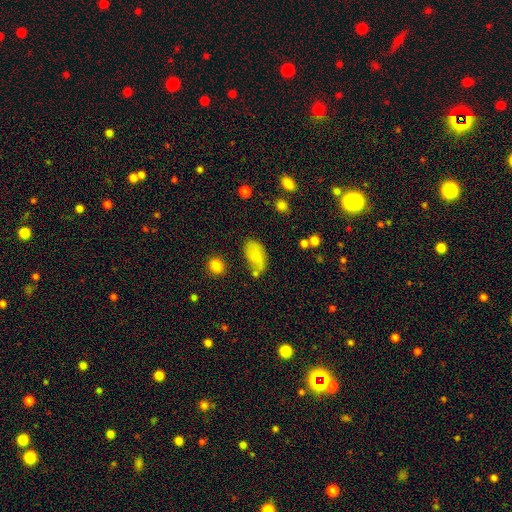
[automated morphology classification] Smooth or featured: smooth — 68% (featured or disk — 23%)
How rounded: in between — 91% (round — 7%)
Merging: none — 50% (minor disturbance — 28%)